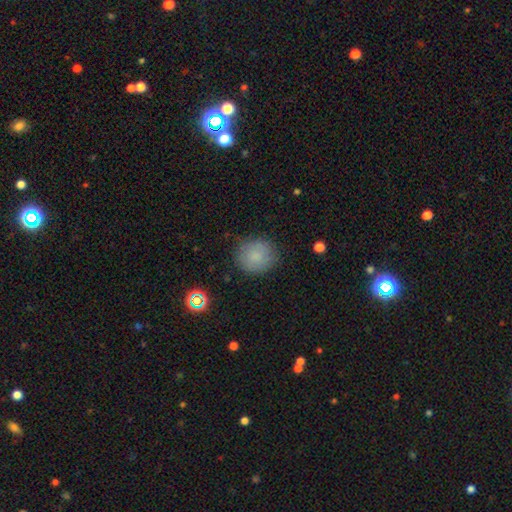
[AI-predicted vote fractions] smooth 80%, star or artifact 10%, featured or disk 10%. Down the decision tree: how rounded — round (87%); merging — none (83%).